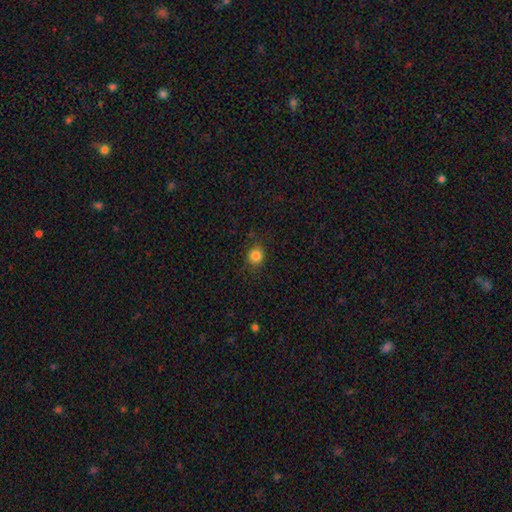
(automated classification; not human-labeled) This is clearly a smooth galaxy (84%). How rounded: clearly round (82%). Merging: clearly none (85%).